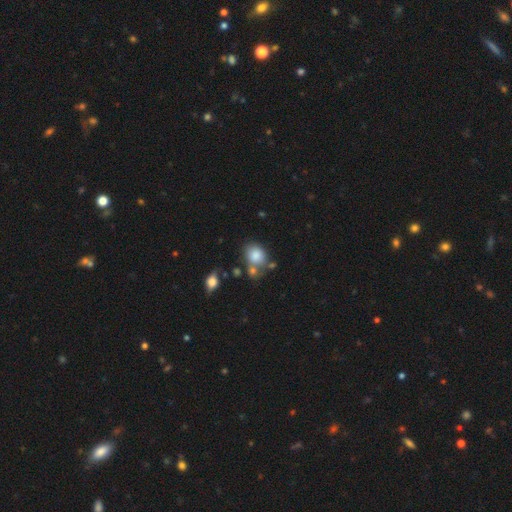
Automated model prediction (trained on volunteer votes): Smooth or featured?
  - smooth: 83% *
  - star or artifact: 9%
  - featured or disk: 8%
How rounded?
  - round: 51% *
  - in between: 48%
  - cigar-shaped: 1%
Merging?
  - none: 54% *
  - merger: 21%
  - minor disturbance: 19%
  - major disturbance: 7%